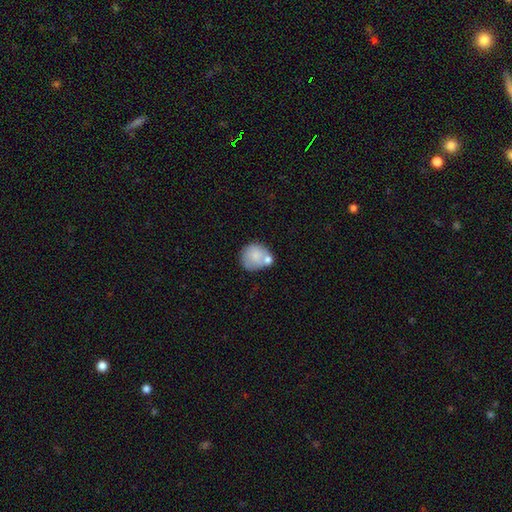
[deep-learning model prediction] Q: Smooth or featured?
A: smooth (75%); runner-up: featured or disk (18%)
Q: How rounded?
A: round (83%); runner-up: in between (16%)
Q: Merging?
A: none (51%); runner-up: merger (25%)